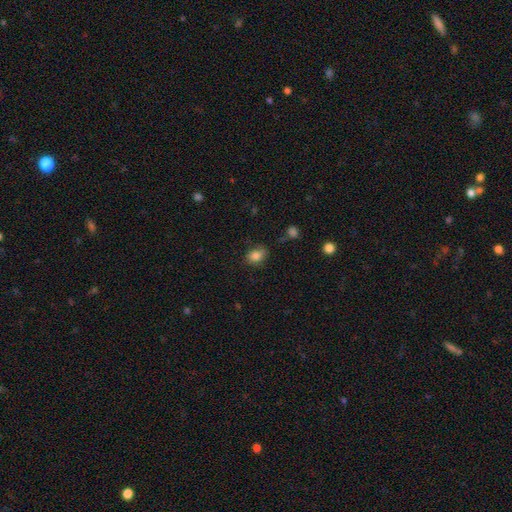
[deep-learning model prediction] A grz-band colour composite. It shows a smooth galaxy with no disk features (84%) that is in between round and cigar-shaped (59%). Merging: none (74%).